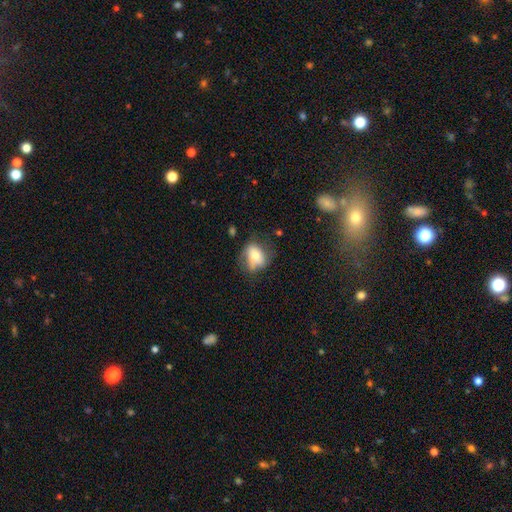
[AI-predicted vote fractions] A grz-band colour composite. It shows a smooth galaxy with no disk features (64%) that is in between round and cigar-shaped (64%). Merging: none (50%).